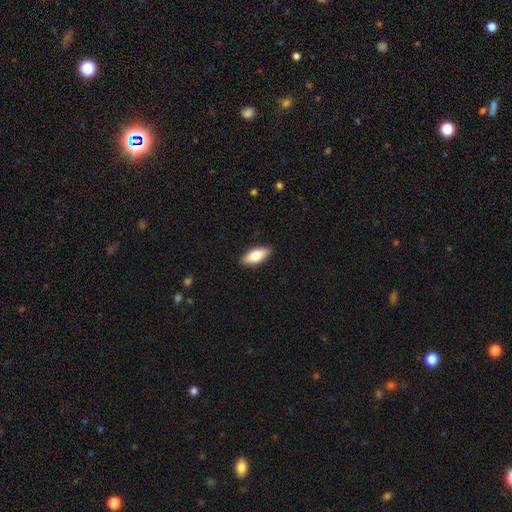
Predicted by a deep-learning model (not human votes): Smooth or featured: smooth — 78% (featured or disk — 16%)
How rounded: in between — 84% (cigar-shaped — 14%)
Merging: none — 88% (minor disturbance — 9%)